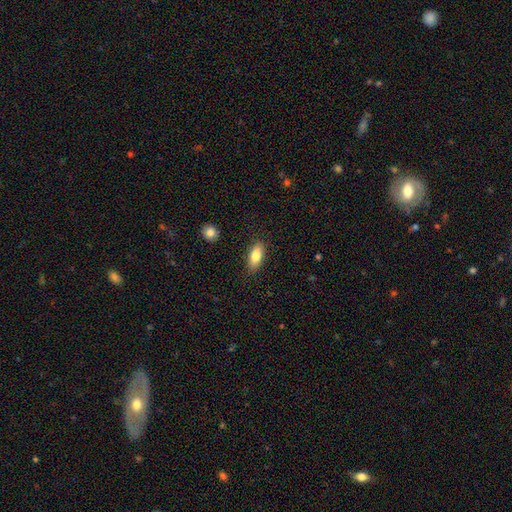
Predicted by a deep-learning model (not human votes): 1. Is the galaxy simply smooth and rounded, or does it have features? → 82% smooth, 11% featured or disk, 7% star or artifact.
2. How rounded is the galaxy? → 83% in between, 14% cigar-shaped, 3% round.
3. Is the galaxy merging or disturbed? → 86% none, 10% minor disturbance, 2% major disturbance, 1% merger.